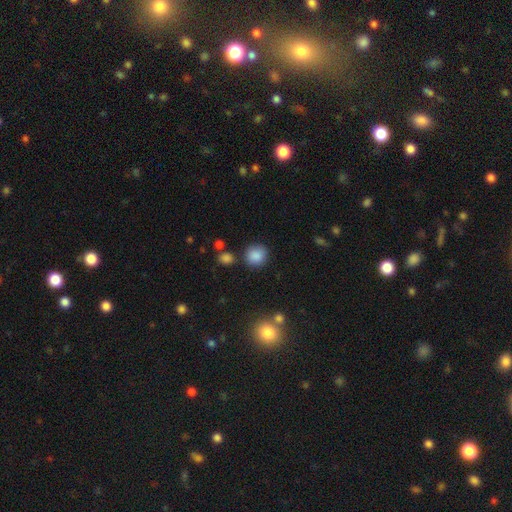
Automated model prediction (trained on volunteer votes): Overall: smooth (87%). How rounded: round (86%). Merging: none (82%).